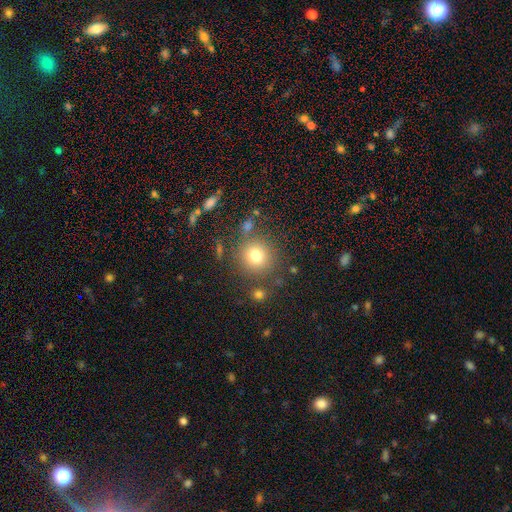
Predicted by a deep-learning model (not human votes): This is likely a smooth galaxy (78%). How rounded: clearly round (92%). Merging: likely none (79%).